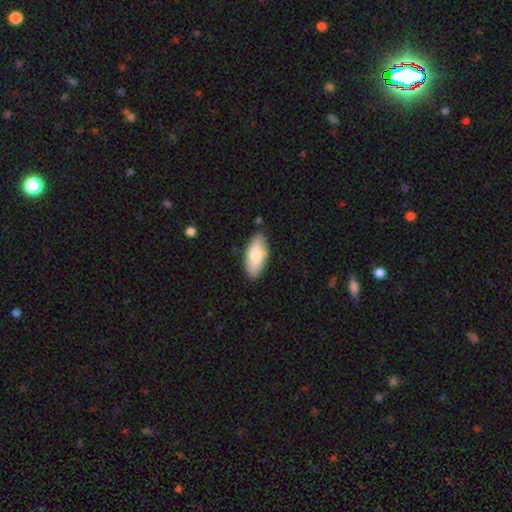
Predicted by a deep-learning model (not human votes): Smooth or featured? smooth (78%)
How rounded? in between (89%)
Merging? none (83%)